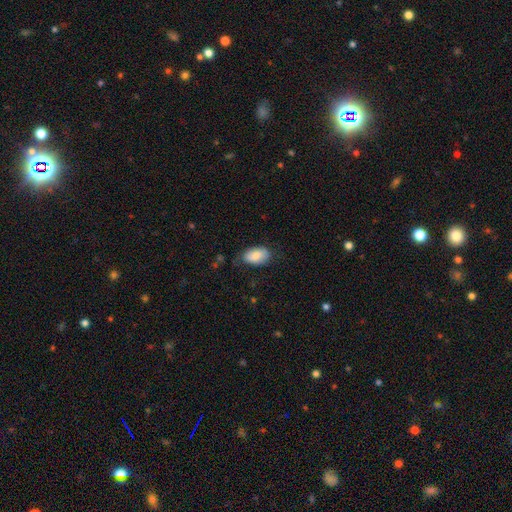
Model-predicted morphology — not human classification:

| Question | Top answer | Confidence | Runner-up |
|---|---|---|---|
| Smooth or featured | smooth | 84% | featured or disk (9%) |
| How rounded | in between | 93% | round (5%) |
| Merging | none | 71% | minor disturbance (23%) |